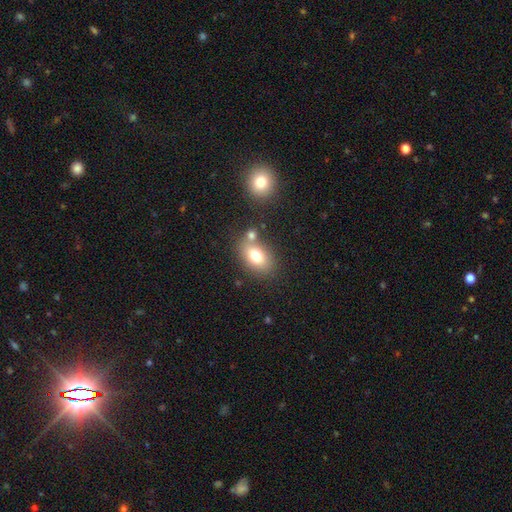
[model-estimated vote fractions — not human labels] Smooth or featured? Predicted: smooth (p=0.75). How rounded? Predicted: in between (p=0.79). Merging? Predicted: none (p=0.63).